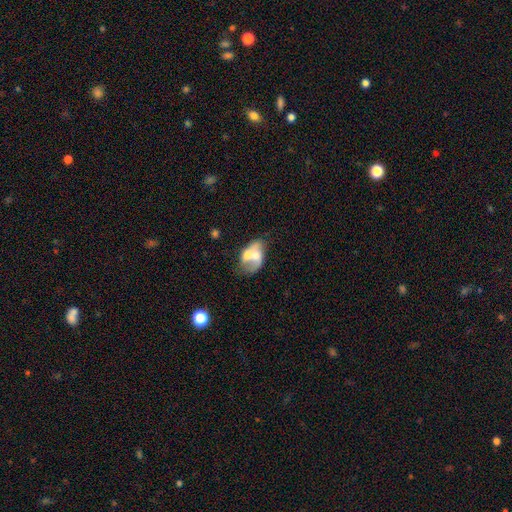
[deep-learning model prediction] smooth-or-featured: featured or disk: 51% | smooth: 41% | star or artifact: 8%
  disk-edge-on: no: 96% | yes: 4%
  merging: merger: 59% | none: 19% | minor disturbance: 11% | major disturbance: 11%